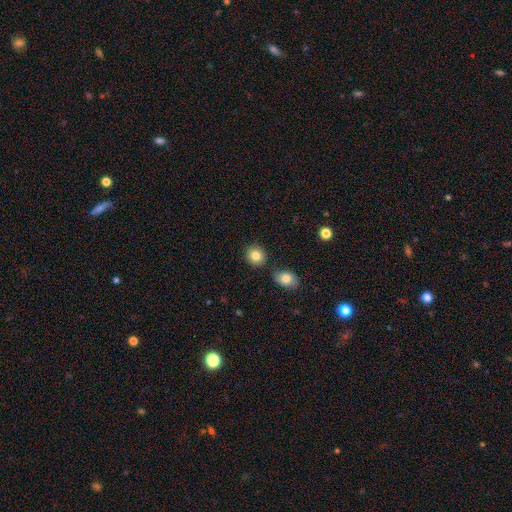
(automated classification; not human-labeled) This appears to be a smooth galaxy with no disk features (83%) that is round (85%). Merging: none (81%).